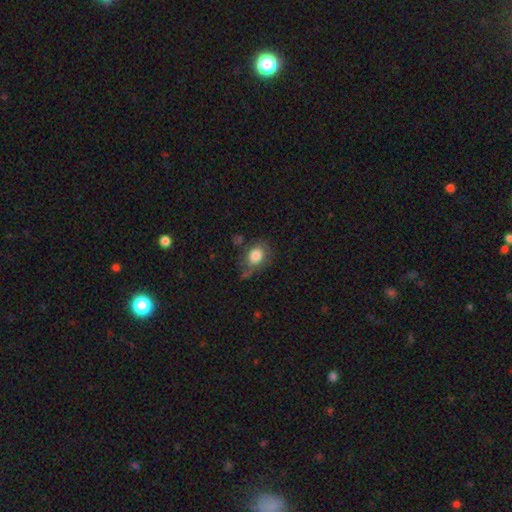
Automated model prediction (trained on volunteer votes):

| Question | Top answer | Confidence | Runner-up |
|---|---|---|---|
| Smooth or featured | smooth | 80% | featured or disk (12%) |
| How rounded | in between | 50% | round (49%) |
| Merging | none | 54% | minor disturbance (27%) |